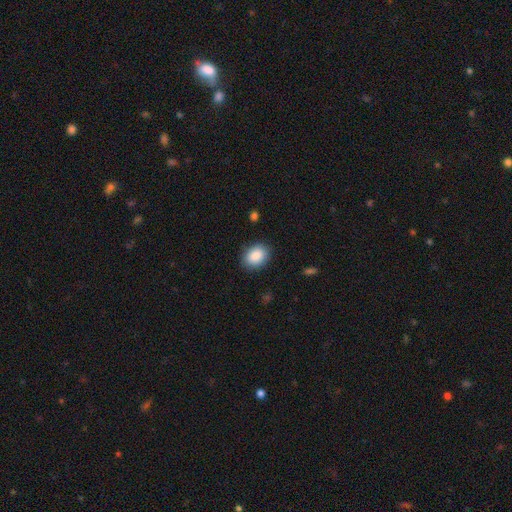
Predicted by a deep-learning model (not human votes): Smooth or featured? smooth (89%)
How rounded? in between (71%)
Merging? none (87%)